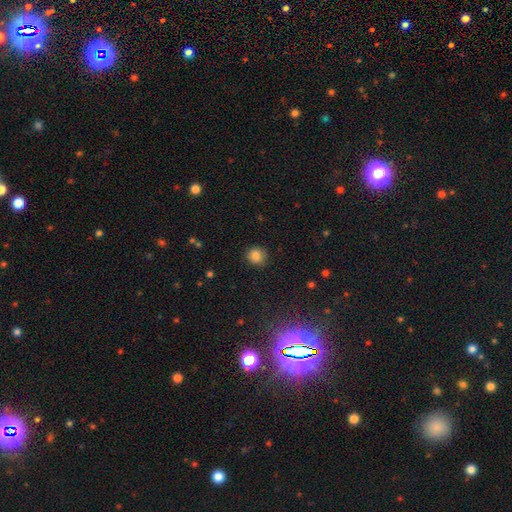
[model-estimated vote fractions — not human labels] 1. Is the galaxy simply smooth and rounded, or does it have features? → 83% smooth, 11% star or artifact, 5% featured or disk.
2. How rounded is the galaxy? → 86% round, 13% in between, 1% cigar-shaped.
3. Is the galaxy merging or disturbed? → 86% none, 10% minor disturbance, 3% major disturbance, 1% merger.